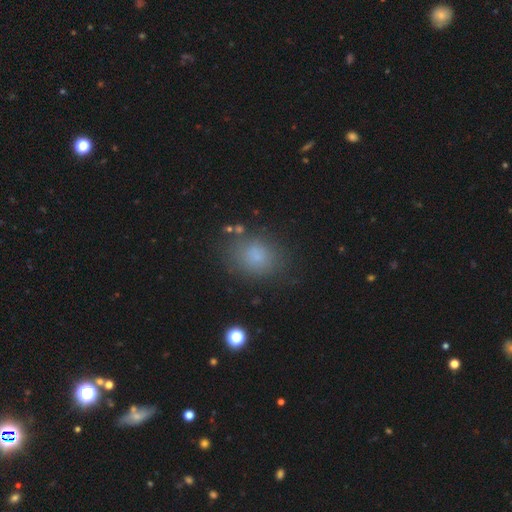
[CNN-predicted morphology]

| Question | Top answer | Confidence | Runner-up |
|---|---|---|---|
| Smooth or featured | smooth | 78% | star or artifact (14%) |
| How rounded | round | 55% | in between (44%) |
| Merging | none | 78% | minor disturbance (14%) |